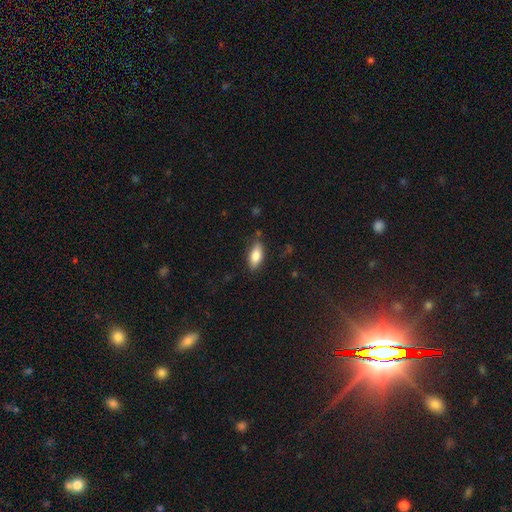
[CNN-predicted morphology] This appears to be a smooth galaxy with no disk features (81%) that is in between round and cigar-shaped (84%). Merging: none (82%).